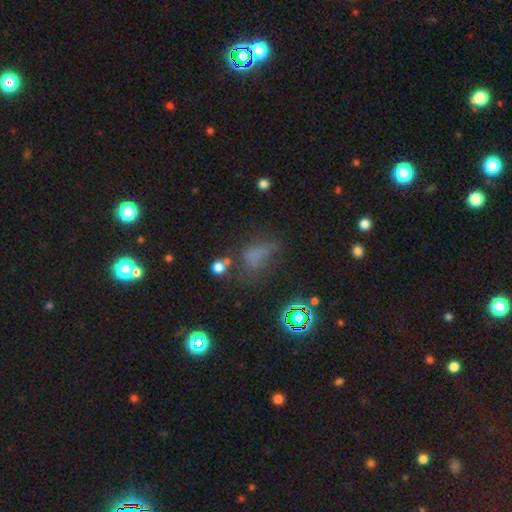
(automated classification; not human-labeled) Morphology: type=smooth (52%); roundness=in between (69%); merging=none (38%).